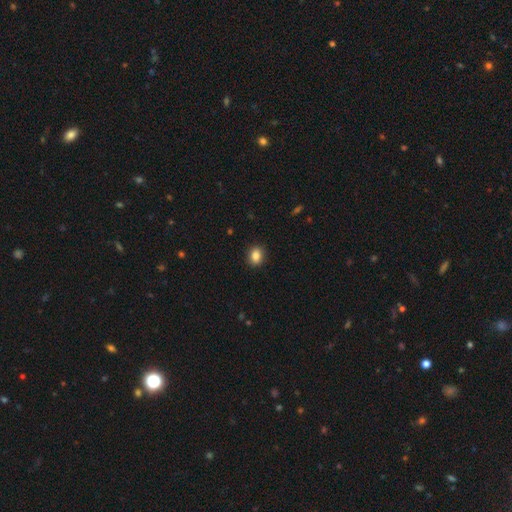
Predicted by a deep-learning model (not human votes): A smooth galaxy with no disk features (86%) that is in between round and cigar-shaped (51%).

Vote fractions:
- Smooth or featured? smooth: 86% / star or artifact: 9% / featured or disk: 4%
- How rounded? in between: 51% / round: 48% / cigar-shaped: 1%
- Merging? none: 90% / minor disturbance: 7% / major disturbance: 2% / merger: 1%